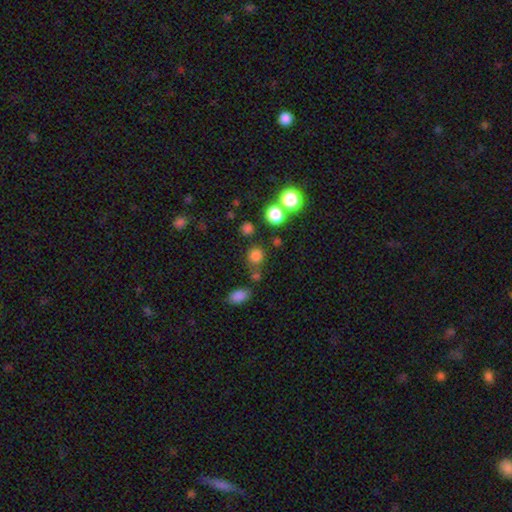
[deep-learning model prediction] Q: Smooth or featured?
A: smooth (78%); runner-up: star or artifact (17%)
Q: How rounded?
A: round (84%); runner-up: in between (15%)
Q: Merging?
A: none (71%); runner-up: merger (13%)